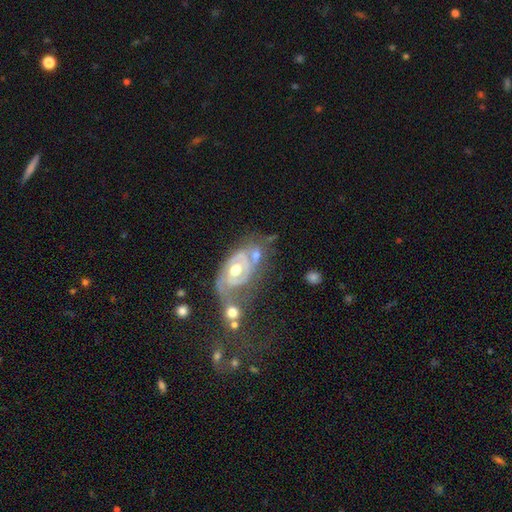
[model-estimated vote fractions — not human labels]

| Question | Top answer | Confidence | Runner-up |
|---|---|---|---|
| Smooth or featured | featured or disk | 71% | smooth (21%) |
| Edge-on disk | no | 95% | yes (5%) |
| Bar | no | 69% | weak (23%) |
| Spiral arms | yes | 75% | no (25%) |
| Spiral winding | tight | 53% | medium (34%) |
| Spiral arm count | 2 | 49% | can't tell (28%) |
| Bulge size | moderate | 75% | small (12%) |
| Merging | merger | 40% | none (29%) |